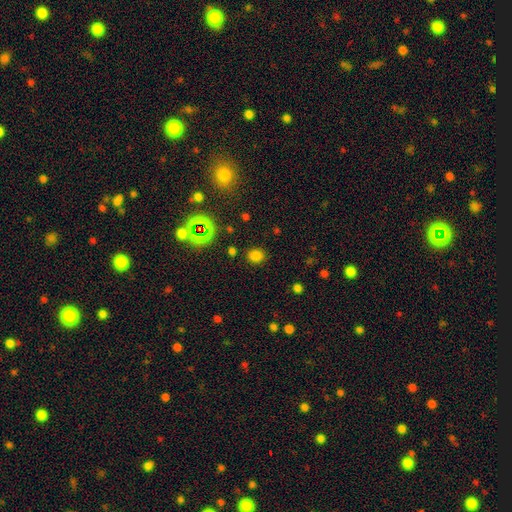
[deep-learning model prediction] Smooth or featured: smooth — 72% (star or artifact — 23%)
How rounded: round — 70% (in between — 28%)
Merging: none — 86% (minor disturbance — 9%)